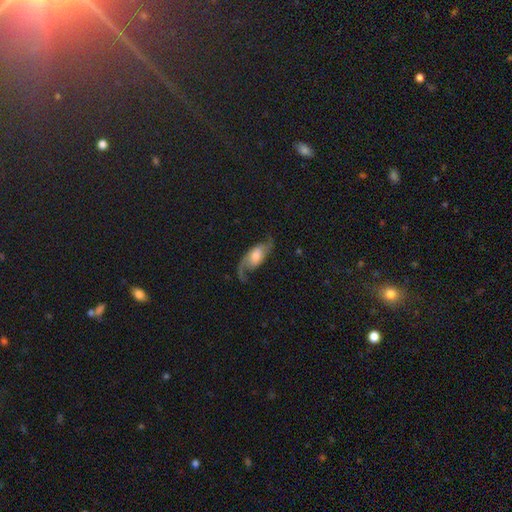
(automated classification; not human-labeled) Smooth or featured? Predicted: featured or disk (p=0.82). Edge-on disk? Predicted: no (p=0.94). Bar? Predicted: no (p=0.51). Spiral arms? Predicted: yes (p=0.96). Spiral winding? Predicted: loose (p=0.71). Spiral arm count? Predicted: 2 (p=0.92). Bulge size? Predicted: moderate (p=0.46). Merging? Predicted: none (p=0.73).